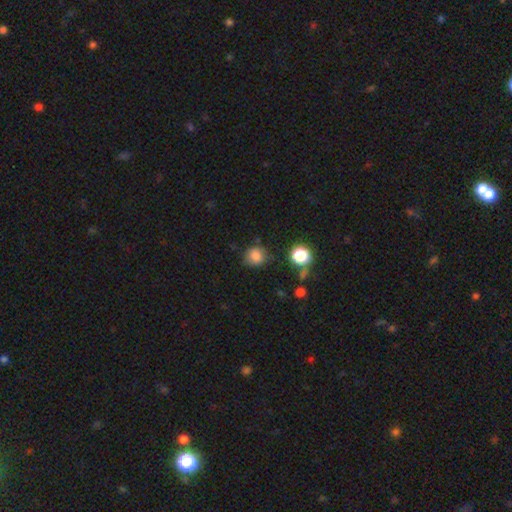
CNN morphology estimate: Smooth or featured? Predicted: smooth (p=0.82). How rounded? Predicted: round (p=0.82). Merging? Predicted: none (p=0.72).